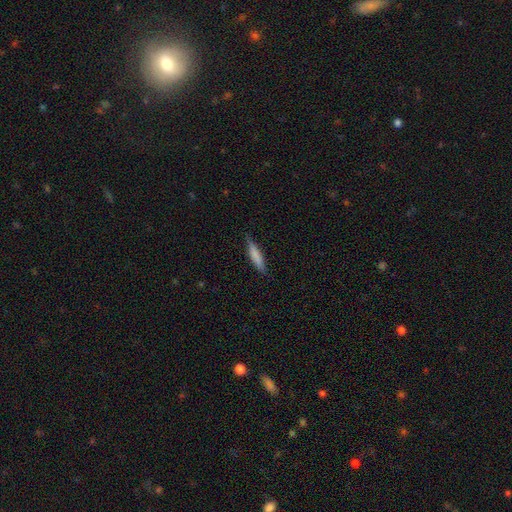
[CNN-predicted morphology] Q: Smooth or featured?
A: smooth (74%); runner-up: featured or disk (20%)
Q: How rounded?
A: cigar-shaped (85%); runner-up: in between (14%)
Q: Merging?
A: none (82%); runner-up: minor disturbance (14%)